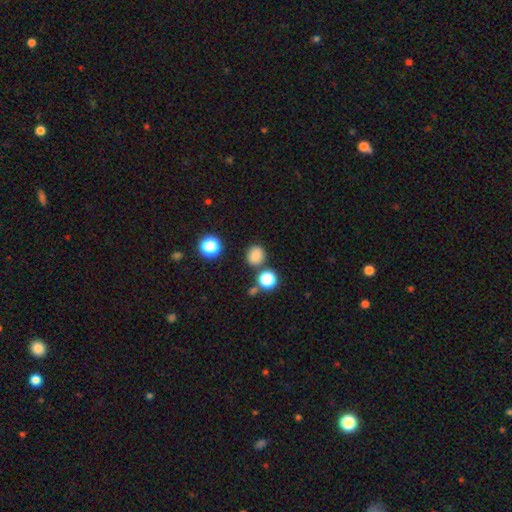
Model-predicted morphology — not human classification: smooth_or_featured: smooth (p=0.81) [alt: star or artifact p=0.14]
how_rounded: round (p=0.78) [alt: in between p=0.21]
merging: none (p=0.79) [alt: minor disturbance p=0.10]